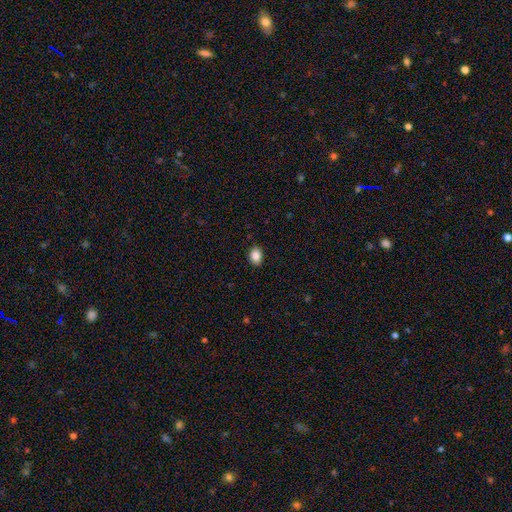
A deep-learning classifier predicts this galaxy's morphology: smooth 87%, star or artifact 9%, featured or disk 5%. Down the decision tree: how rounded — in between (67%); merging — none (89%).